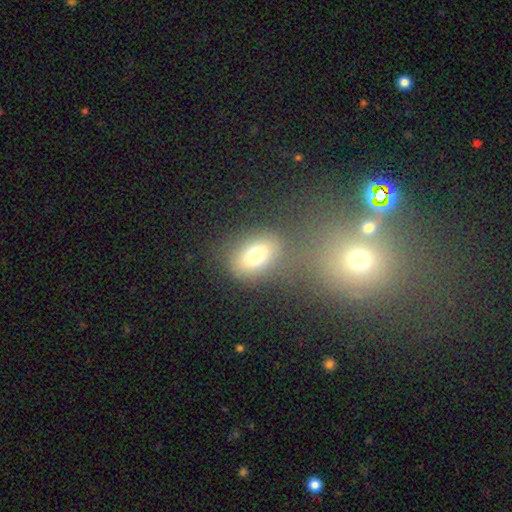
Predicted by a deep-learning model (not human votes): Q: Smooth or featured?
A: smooth (73%); runner-up: featured or disk (14%)
Q: How rounded?
A: in between (67%); runner-up: round (31%)
Q: Merging?
A: none (72%); runner-up: minor disturbance (13%)